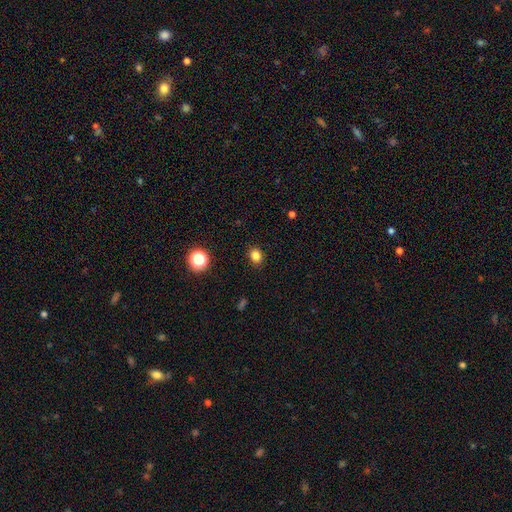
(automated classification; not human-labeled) smooth_or_featured: smooth (p=0.82) [alt: star or artifact p=0.13]
how_rounded: round (p=0.56) [alt: in between p=0.43]
merging: none (p=0.89) [alt: minor disturbance p=0.08]